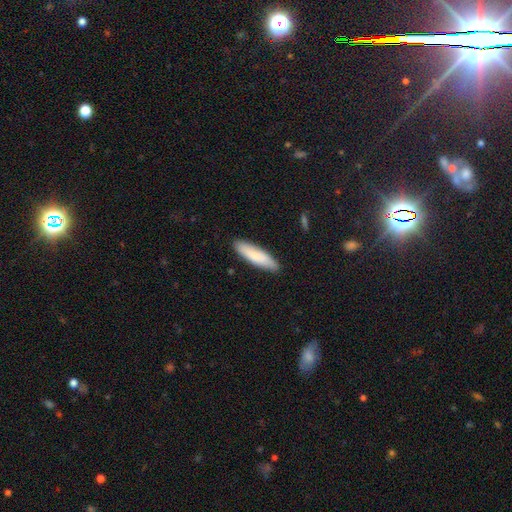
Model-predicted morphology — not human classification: This is clearly a smooth galaxy (81%). How rounded: likely cigar-shaped (69%). Merging: clearly none (88%).